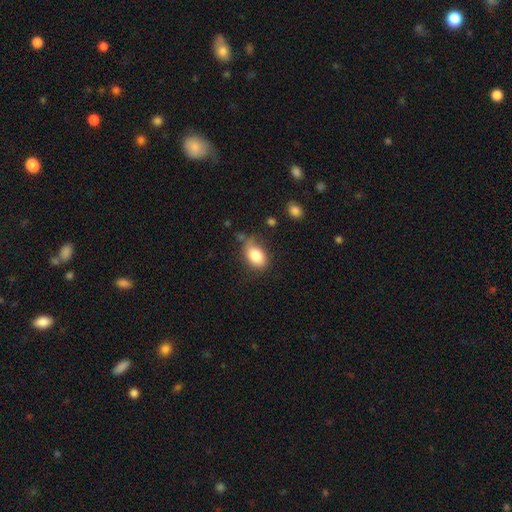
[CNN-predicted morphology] Smooth or featured?
  - smooth: 84% *
  - featured or disk: 8%
  - star or artifact: 8%
How rounded?
  - in between: 85% *
  - round: 13%
  - cigar-shaped: 2%
Merging?
  - none: 57% *
  - minor disturbance: 28%
  - major disturbance: 9%
  - merger: 6%